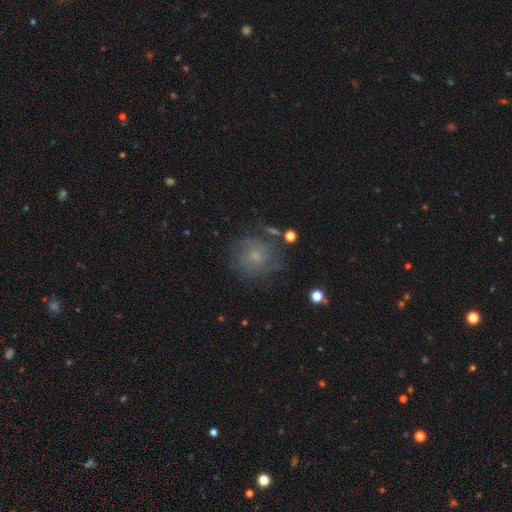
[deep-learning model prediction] A smooth galaxy with no disk features (60%) that is round (90%).

Vote fractions:
- Smooth or featured? smooth: 60% / featured or disk: 24% / star or artifact: 16%
- How rounded? round: 90% / in between: 9% / cigar-shaped: 1%
- Merging? none: 69% / minor disturbance: 18% / major disturbance: 10% / merger: 4%